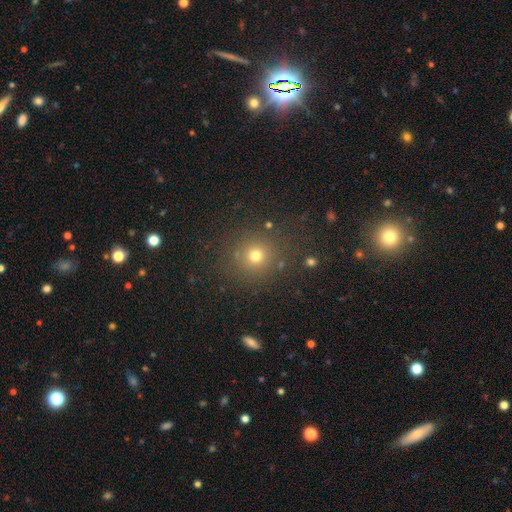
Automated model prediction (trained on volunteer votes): Overall: smooth (73%). How rounded: round (91%). Merging: none (84%).